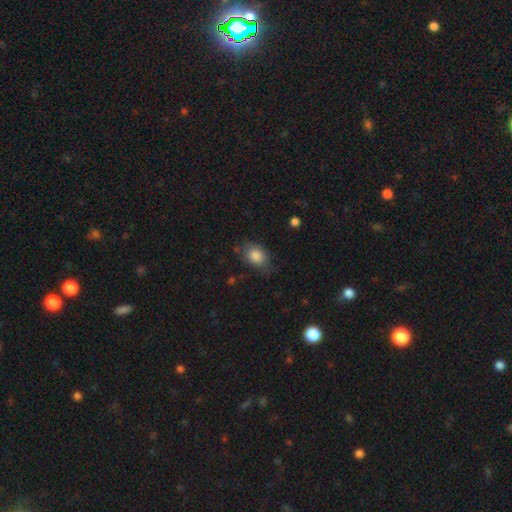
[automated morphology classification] smooth-or-featured: smooth: 84% | star or artifact: 8% | featured or disk: 8%
  how-rounded: in between: 72% | round: 26% | cigar-shaped: 1%
  merging: none: 64% | minor disturbance: 26% | major disturbance: 7% | merger: 2%